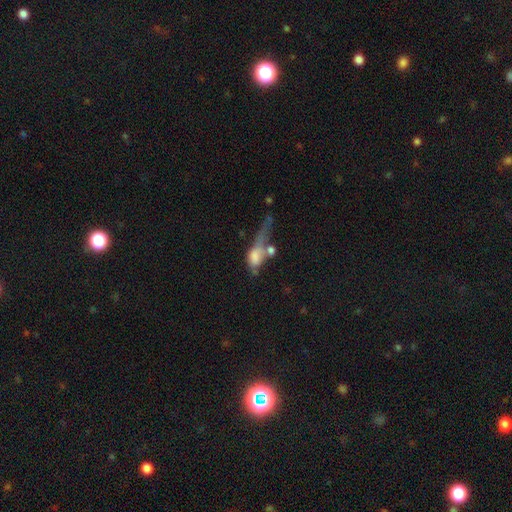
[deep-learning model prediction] Smooth or featured? Predicted: smooth (p=0.62). How rounded? Predicted: in between (p=0.69). Merging? Predicted: major disturbance (p=0.39).